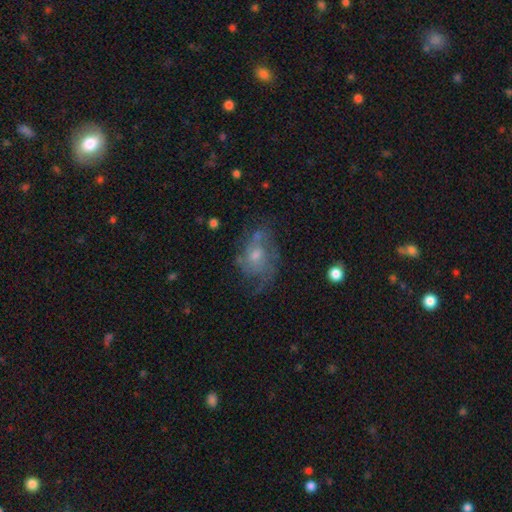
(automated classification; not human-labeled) Smooth or featured? Predicted: featured or disk (p=0.66). Edge-on disk? Predicted: no (p=0.96). Bar? Predicted: no (p=0.76). Spiral arms? Predicted: yes (p=0.77). Bulge size? Predicted: moderate (p=0.47). Merging? Predicted: none (p=0.53).